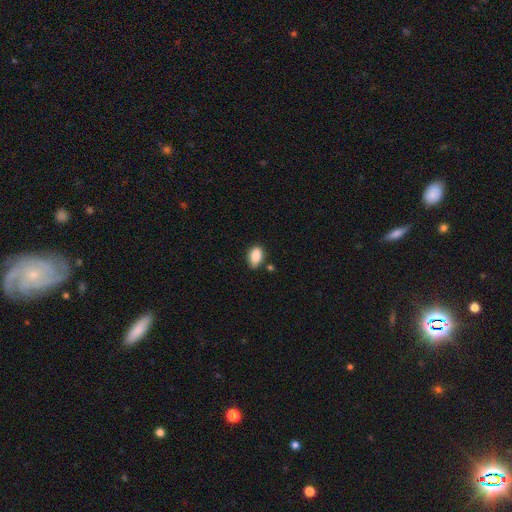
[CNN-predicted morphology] Smooth or featured?
  - smooth: 87% *
  - star or artifact: 8%
  - featured or disk: 5%
How rounded?
  - in between: 87% *
  - round: 11%
  - cigar-shaped: 2%
Merging?
  - none: 69% *
  - minor disturbance: 24%
  - merger: 4%
  - major disturbance: 4%